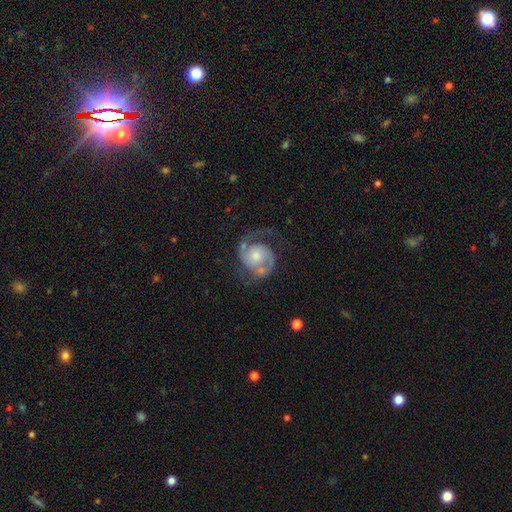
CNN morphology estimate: Q: Smooth or featured?
A: featured or disk (87%); runner-up: smooth (8%)
Q: Edge-on disk?
A: no (98%); runner-up: yes (2%)
Q: Bar?
A: no (71%); runner-up: weak (24%)
Q: Spiral arms?
A: yes (97%); runner-up: no (3%)
Q: Spiral winding?
A: medium (52%); runner-up: tight (27%)
Q: Spiral arm count?
A: 2 (86%); runner-up: 1 (8%)
Q: Bulge size?
A: moderate (47%); runner-up: small (33%)
Q: Merging?
A: none (63%); runner-up: minor disturbance (18%)